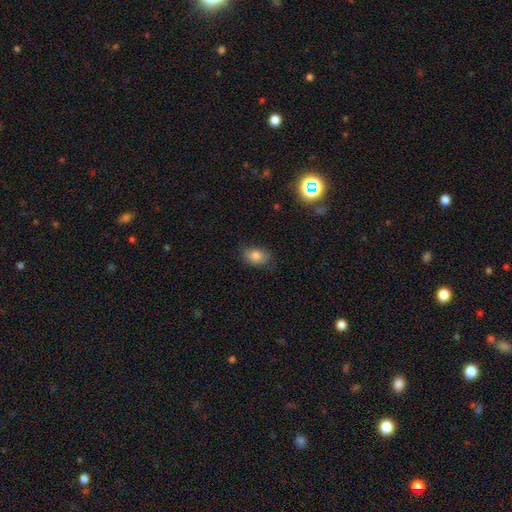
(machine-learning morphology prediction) smooth 81%, star or artifact 10%, featured or disk 9%. Down the decision tree: how rounded — in between (78%); merging — none (73%).